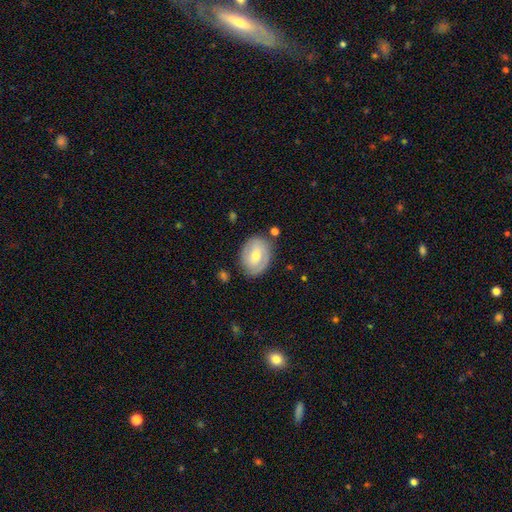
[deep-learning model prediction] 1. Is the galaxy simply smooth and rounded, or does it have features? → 57% featured or disk, 36% smooth, 6% star or artifact.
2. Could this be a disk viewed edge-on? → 96% no, 4% yes.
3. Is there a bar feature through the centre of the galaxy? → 47% weak, 36% no, 16% strong.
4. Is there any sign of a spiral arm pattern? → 72% yes, 28% no.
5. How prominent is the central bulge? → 60% moderate, 35% small, 3% large, 1% none, 1% dominant.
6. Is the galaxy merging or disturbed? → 76% none, 17% minor disturbance, 5% major disturbance, 3% merger.